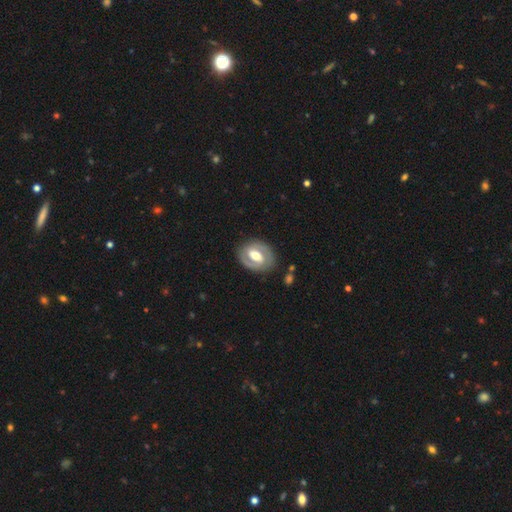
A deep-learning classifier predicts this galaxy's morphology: Smooth or featured? Predicted: featured or disk (p=0.71). Edge-on disk? Predicted: no (p=0.96). Bar? Predicted: weak (p=0.41). Spiral arms? Predicted: yes (p=0.69). Bulge size? Predicted: moderate (p=0.64). Merging? Predicted: none (p=0.82).